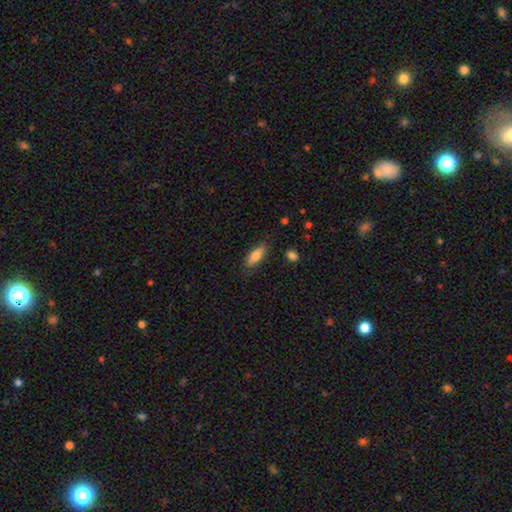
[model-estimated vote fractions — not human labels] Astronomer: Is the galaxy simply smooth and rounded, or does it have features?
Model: smooth — 74%.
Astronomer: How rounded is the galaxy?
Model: in between — 67%.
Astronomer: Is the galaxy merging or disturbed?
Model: none — 81%.